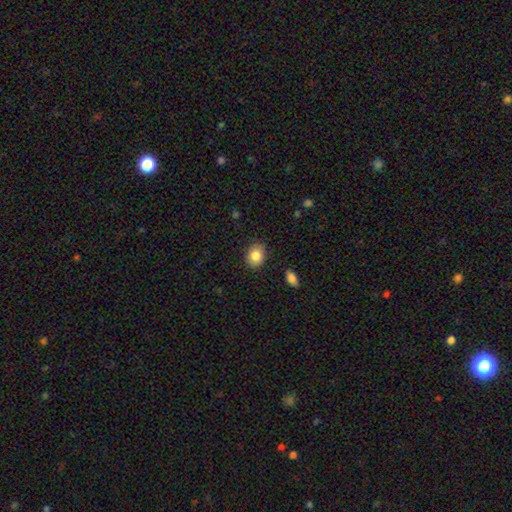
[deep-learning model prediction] smooth 85%, star or artifact 8%, featured or disk 6%. Down the decision tree: how rounded — round (50%); merging — none (87%).